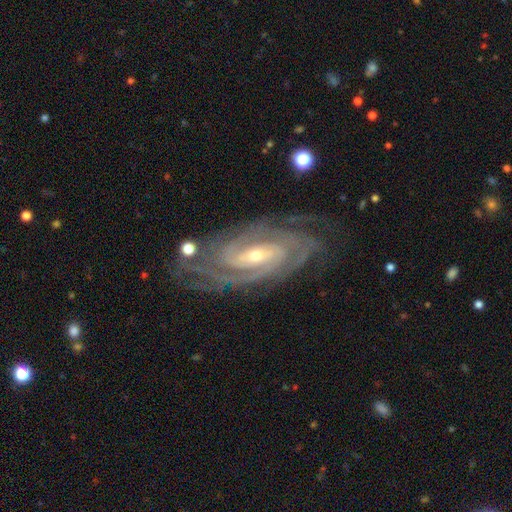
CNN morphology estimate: type=featured or disk (92%); edge-on=no (95%); bar=weak (36%, tied with no); spiral arms=yes (98%); winding=tight (78%); arm count=4 (24%); bulge=small (66%); merging=none (79%).